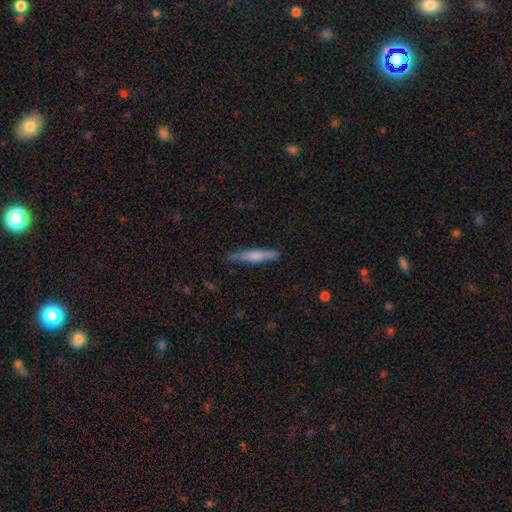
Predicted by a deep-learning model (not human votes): A smooth galaxy with no disk features (56%) that is cigar-shaped (93%).

Vote fractions:
- Smooth or featured? smooth: 56% / featured or disk: 39% / star or artifact: 6%
- How rounded? cigar-shaped: 93% / in between: 6% / round: 1%
- Merging? none: 84% / minor disturbance: 13% / major disturbance: 2% / merger: 1%